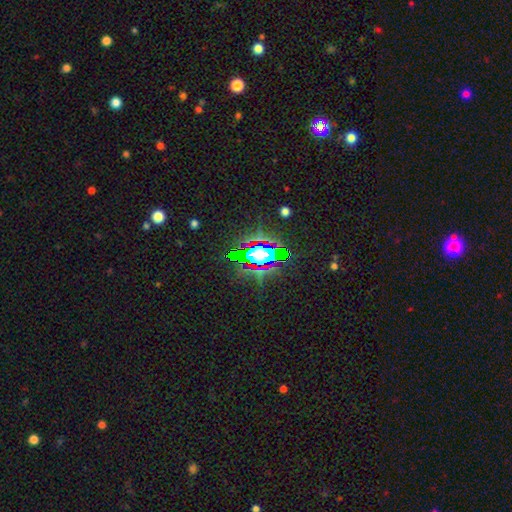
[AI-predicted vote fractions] Q: Smooth or featured?
A: star or artifact (64%); runner-up: smooth (21%)